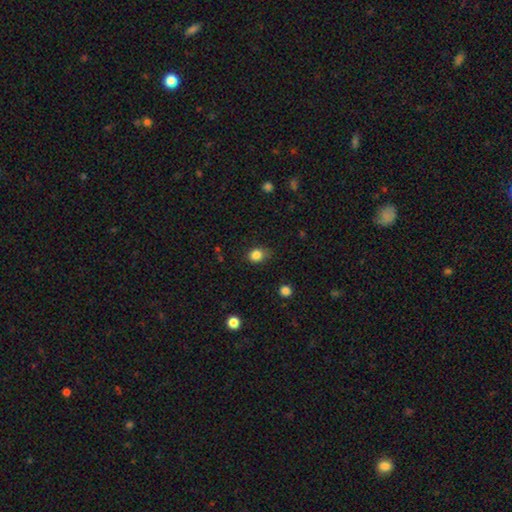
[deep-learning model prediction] This appears to be a smooth galaxy with no disk features (84%) that is round (57%). Merging: none (68%).